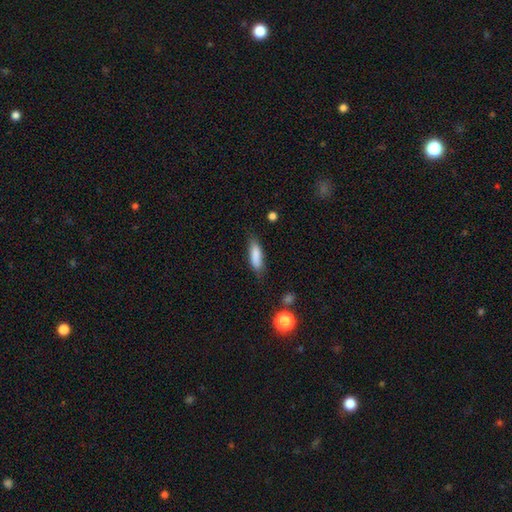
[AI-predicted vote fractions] The model was most divided on "how rounded": cigar-shaped: 54%, in between: 44%, round: 2%. More confident: smooth or featured — smooth (83%); merging — none (74%).